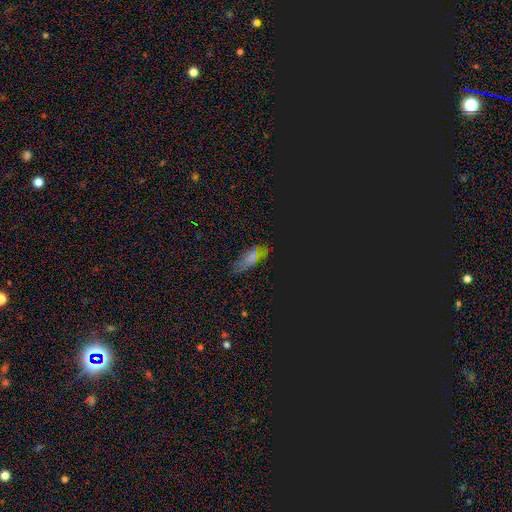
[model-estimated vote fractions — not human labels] smooth_or_featured: smooth (p=0.46) [alt: star or artifact p=0.36]
merging: none (p=0.66) [alt: minor disturbance p=0.23]